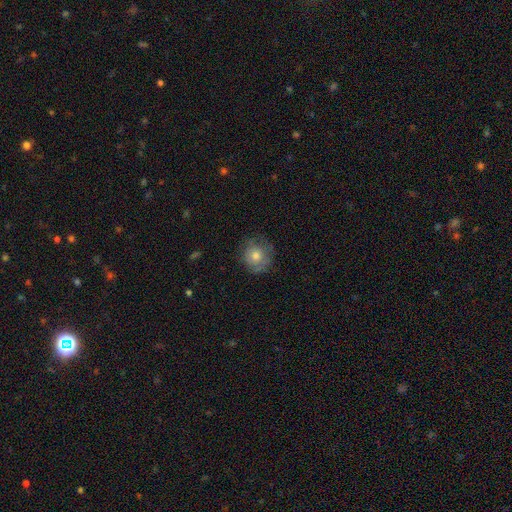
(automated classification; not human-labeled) Smooth or featured? smooth (65%)
How rounded? round (88%)
Merging? none (76%)